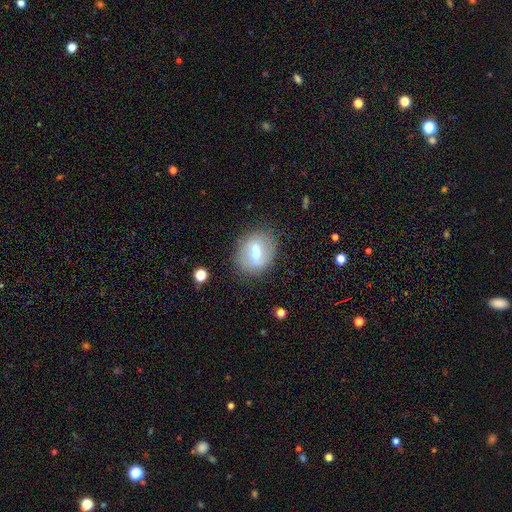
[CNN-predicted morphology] Q: Smooth or featured?
A: featured or disk (49%); runner-up: smooth (42%)
Q: Merging?
A: none (67%); runner-up: minor disturbance (15%)